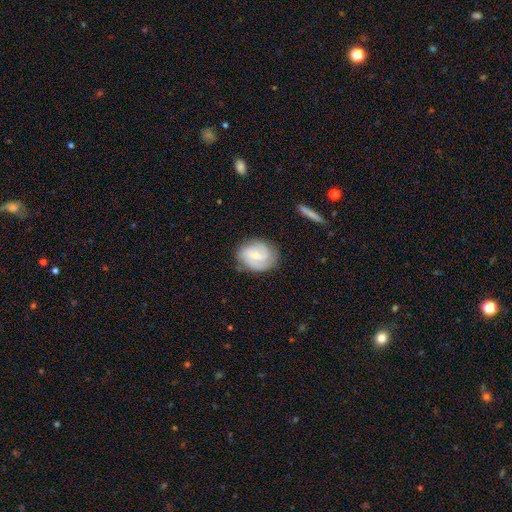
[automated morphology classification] This appears to be a featured or disk galaxy (66%) with a weak bar (55%), 2 (65%) medium (44%) spiral arms (90%) and a small central bulge (63%). Merging: none (75%).